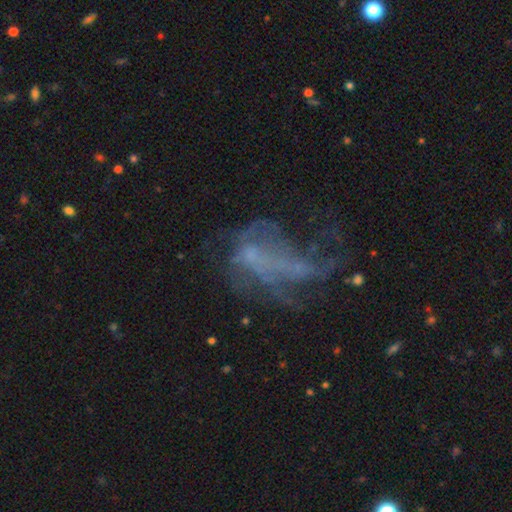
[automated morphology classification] A featured or disk galaxy (60%) with no bar (81%), no spiral arms (72%) and no central bulge (72%). Merging: major disturbance (49%).